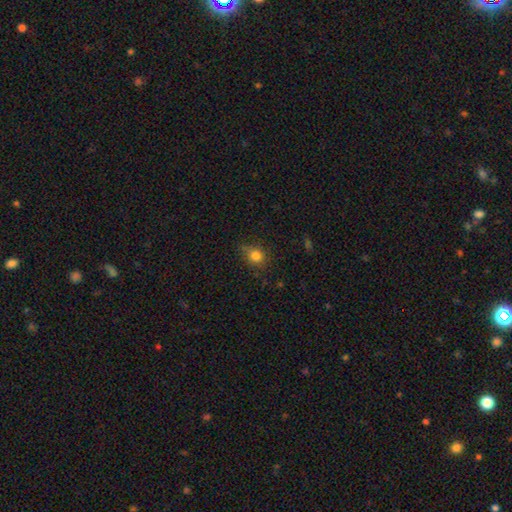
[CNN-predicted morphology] Overall: smooth (81%). How rounded: round (76%). Merging: none (67%).